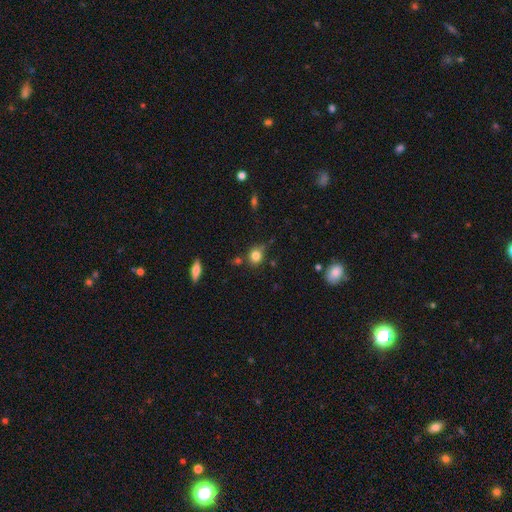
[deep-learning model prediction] Smooth or featured? Predicted: smooth (p=0.81). How rounded? Predicted: round (p=0.79). Merging? Predicted: none (p=0.69).